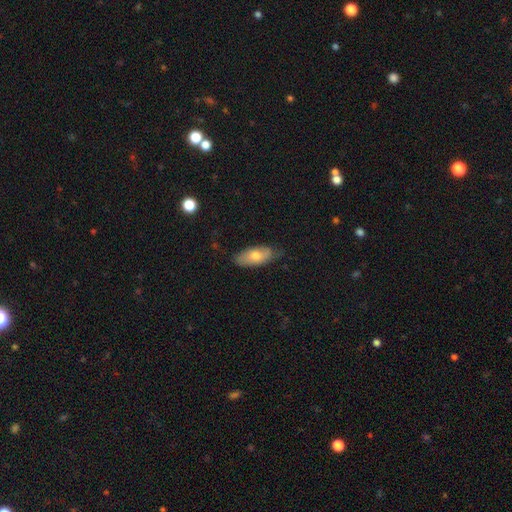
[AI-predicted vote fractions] This appears to be a smooth galaxy with no disk features (68%) that is in between round and cigar-shaped (87%). Merging: none (71%).